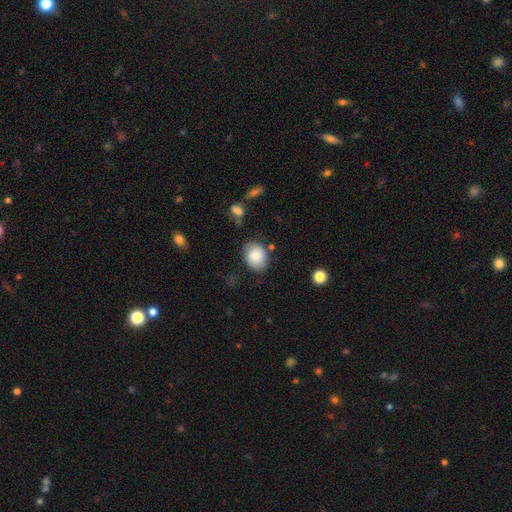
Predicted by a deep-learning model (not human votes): smooth_or_featured: smooth (p=0.80) [alt: featured or disk p=0.12]
how_rounded: in between (p=0.59) [alt: round p=0.40]
merging: none (p=0.74) [alt: minor disturbance p=0.18]